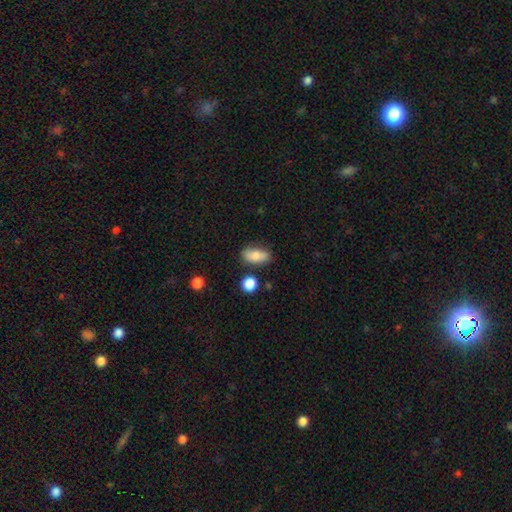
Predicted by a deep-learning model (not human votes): smooth 79%, featured or disk 14%, star or artifact 8%. Down the decision tree: how rounded — in between (86%); merging — none (75%).